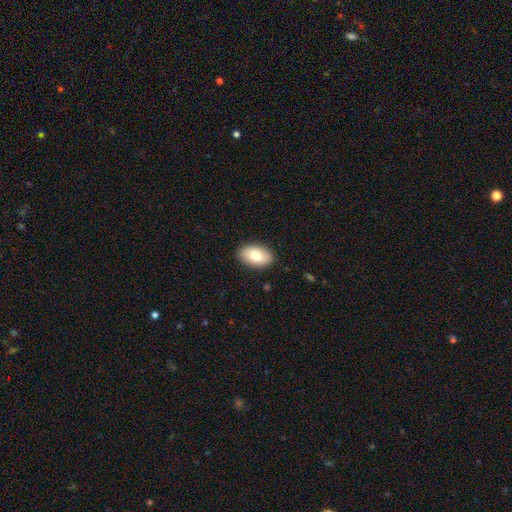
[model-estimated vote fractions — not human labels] A smooth galaxy with no disk features (77%) that is in between round and cigar-shaped (91%). Merging: none (89%).